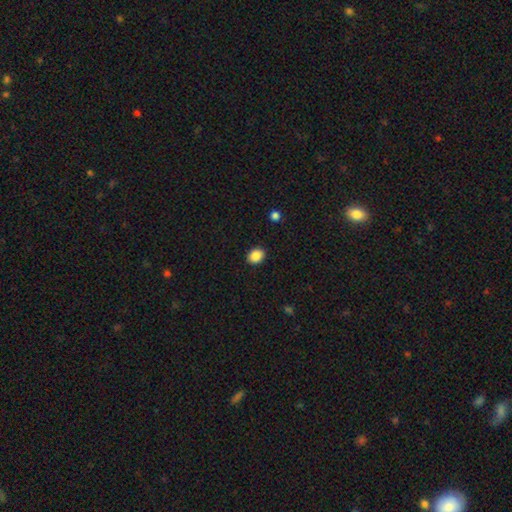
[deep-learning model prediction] Morphology: type=smooth (88%); roundness=in between (51%); merging=none (90%).